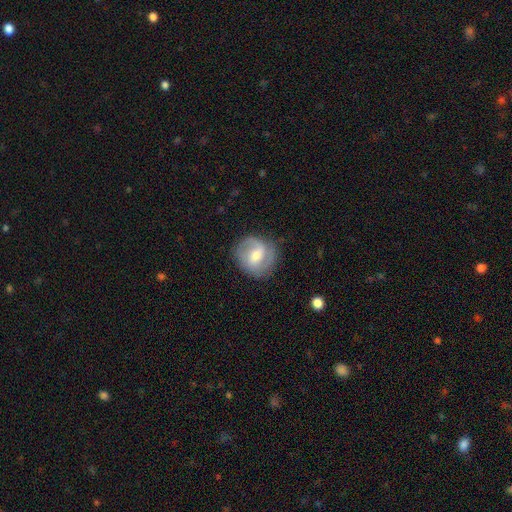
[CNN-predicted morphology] smooth_or_featured: featured or disk (p=0.68) [alt: smooth p=0.26]
disk_edge_on: no (p=0.97) [alt: yes p=0.03]
bar: weak (p=0.53) [alt: no p=0.28]
has_spiral_arms: yes (p=0.89) [alt: no p=0.11]
spiral_winding: medium (p=0.46) [alt: tight p=0.33]
spiral_arm_count: 2 (p=0.72) [alt: can't tell p=0.12]
bulge_size: moderate (p=0.60) [alt: small p=0.32]
merging: none (p=0.78) [alt: minor disturbance p=0.15]